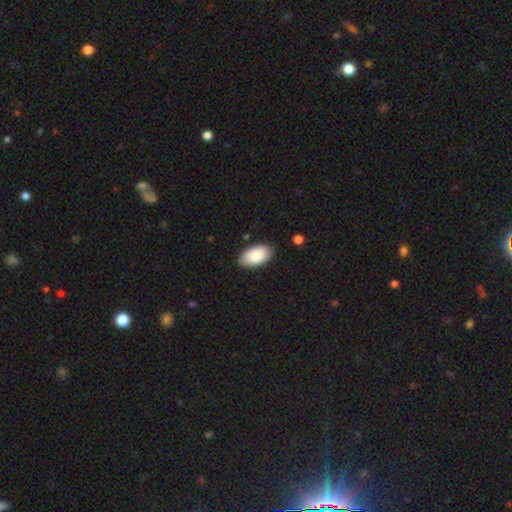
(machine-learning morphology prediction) This is clearly a smooth galaxy (85%). How rounded: clearly in between (96%). Merging: clearly none (83%).